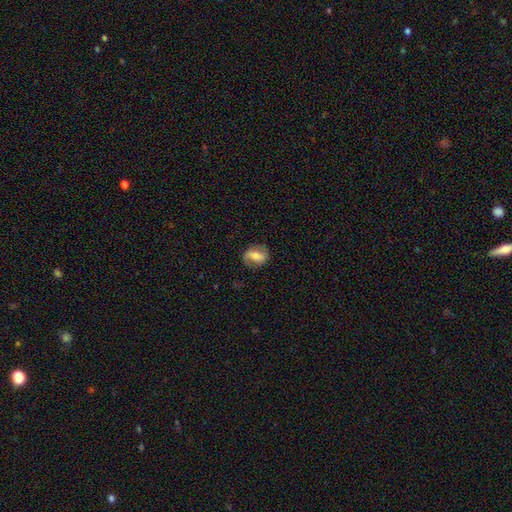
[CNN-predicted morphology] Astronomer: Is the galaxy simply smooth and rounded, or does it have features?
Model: featured or disk — 49% (runner-up: smooth, 43%).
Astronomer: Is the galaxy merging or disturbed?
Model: none — 74%.